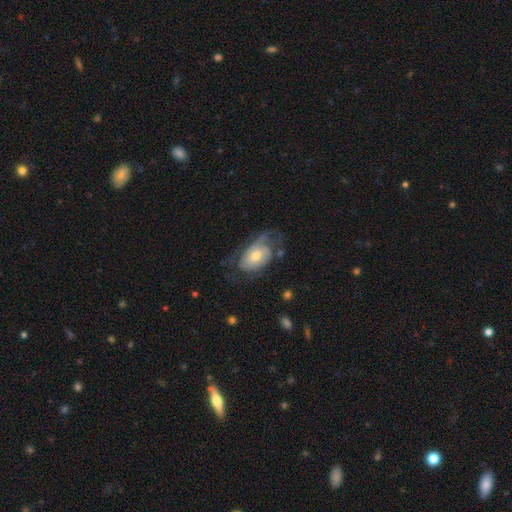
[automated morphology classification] Smooth or featured?
  - featured or disk: 63% *
  - smooth: 30%
  - star or artifact: 7%
Edge-on disk?
  - no: 95% *
  - yes: 5%
Bar?
  - no: 72% *
  - weak: 23%
  - strong: 5%
Spiral arms?
  - yes: 79% *
  - no: 21%
Bulge size?
  - moderate: 61% *
  - small: 28%
  - large: 8%
  - none: 2%
  - dominant: 1%
Merging?
  - none: 45% *
  - major disturbance: 28%
  - minor disturbance: 25%
  - merger: 2%